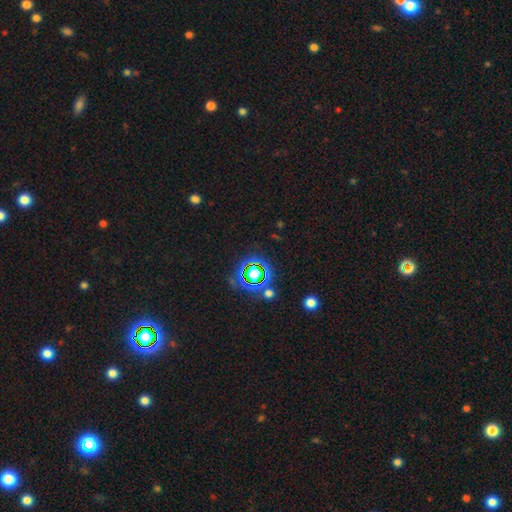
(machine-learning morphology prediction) A star or artifact, not a galaxy (72%).

Vote fractions:
- Smooth or featured? star or artifact: 72% / smooth: 16% / featured or disk: 12%